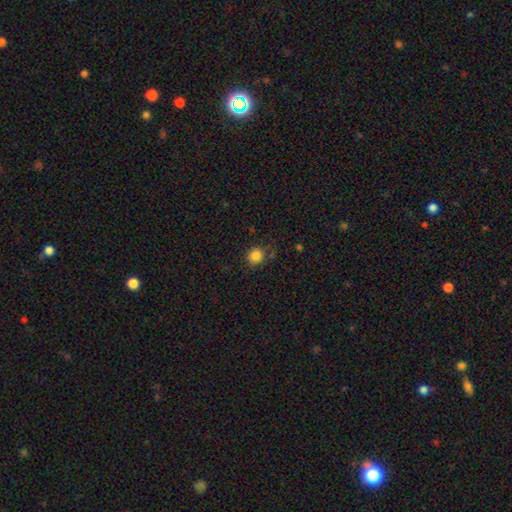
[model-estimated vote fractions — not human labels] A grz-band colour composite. It shows a smooth galaxy with no disk features (84%) that is round (85%). Merging: none (78%).